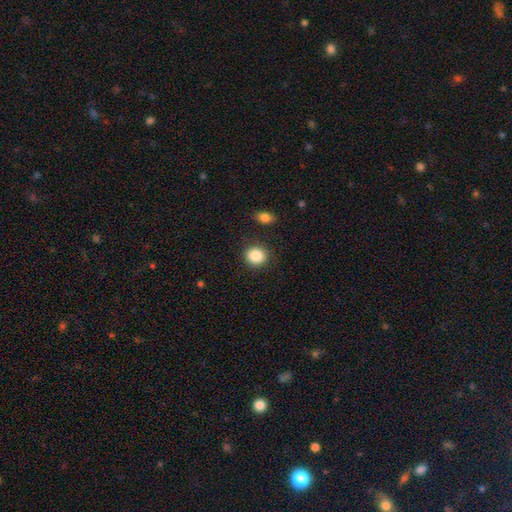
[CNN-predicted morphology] smooth-or-featured: smooth: 87% | star or artifact: 9% | featured or disk: 5%
  how-rounded: round: 80% | in between: 19% | cigar-shaped: 1%
  merging: none: 87% | minor disturbance: 8% | major disturbance: 3% | merger: 2%